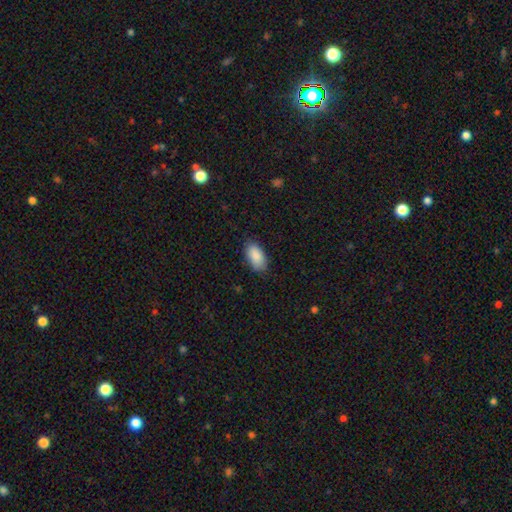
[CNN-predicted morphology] Smooth or featured: smooth — 90% (star or artifact — 6%)
How rounded: in between — 94% (cigar-shaped — 3%)
Merging: none — 82% (minor disturbance — 14%)